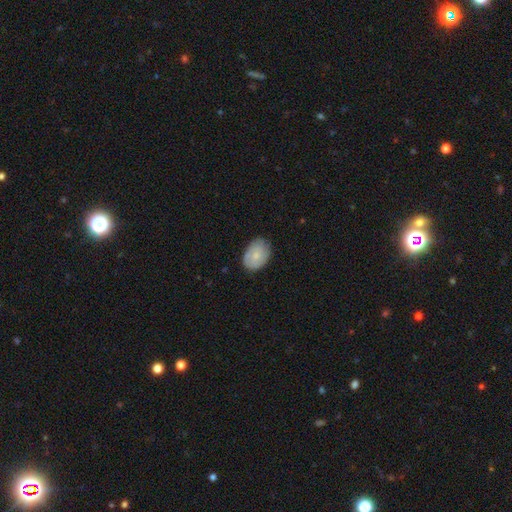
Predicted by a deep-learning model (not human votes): This appears to be a smooth galaxy with no disk features (73%) that is in between round and cigar-shaped (78%). Merging: none (73%).